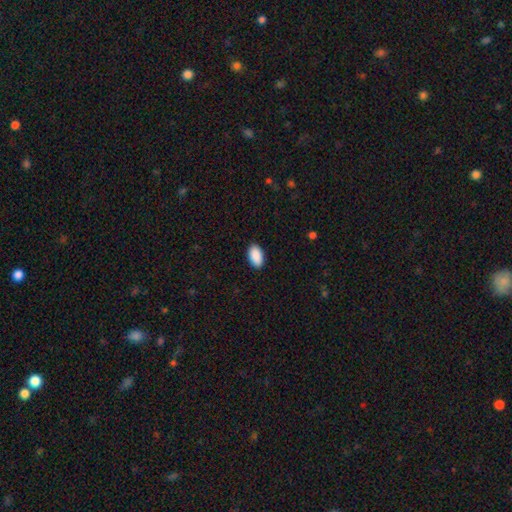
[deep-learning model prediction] smooth-or-featured: smooth: 91% | star or artifact: 6% | featured or disk: 2%
  how-rounded: in between: 95% | round: 3% | cigar-shaped: 2%
  merging: none: 90% | minor disturbance: 8% | major disturbance: 2% | merger: 1%